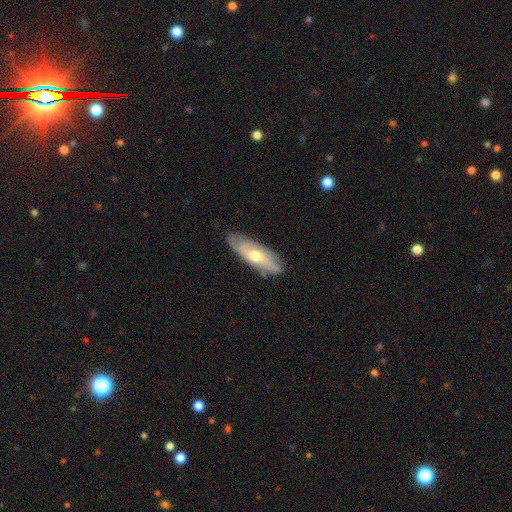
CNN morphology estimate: Overall: featured or disk (52%; smooth 42%). Edge-on disk: no (68%; yes 32%). Merging: none (81%).